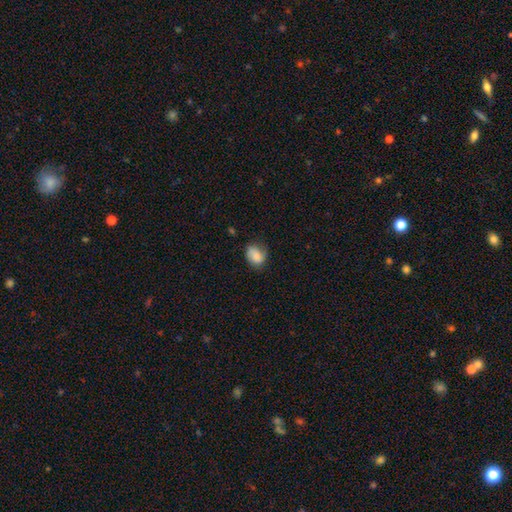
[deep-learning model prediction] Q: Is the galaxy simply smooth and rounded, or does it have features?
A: smooth — 76%.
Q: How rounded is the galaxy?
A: in between — 58%.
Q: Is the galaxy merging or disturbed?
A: none — 62%.